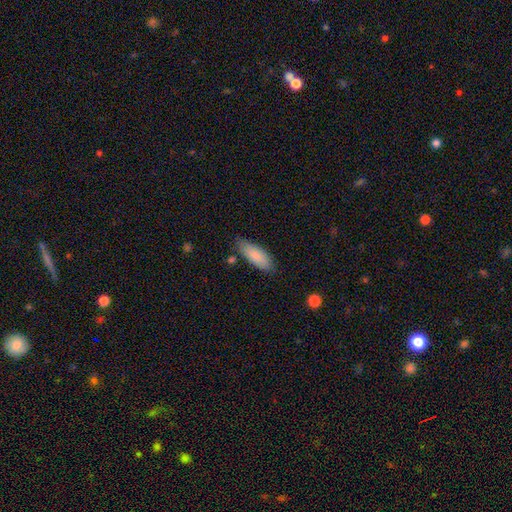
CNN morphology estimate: type=smooth (86%); roundness=in between (74%); merging=none (77%).